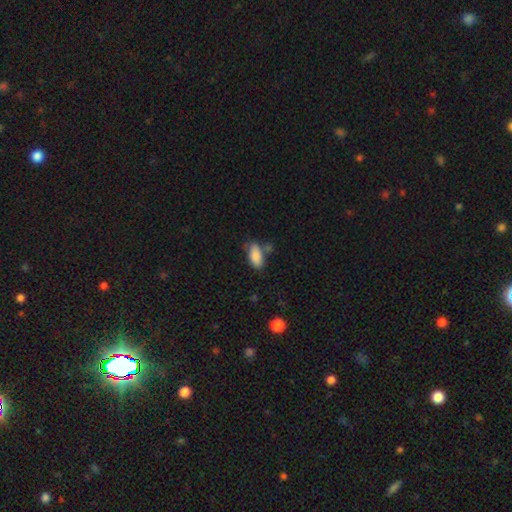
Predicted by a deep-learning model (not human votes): Smooth or featured?
  - smooth: 87% *
  - star or artifact: 7%
  - featured or disk: 6%
How rounded?
  - in between: 89% *
  - cigar-shaped: 9%
  - round: 3%
Merging?
  - none: 64% *
  - minor disturbance: 20%
  - merger: 11%
  - major disturbance: 5%